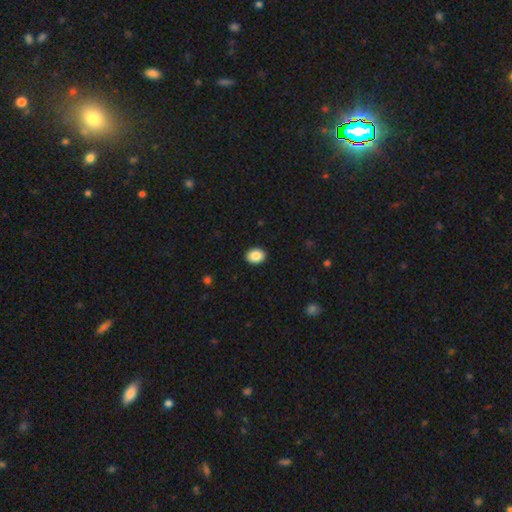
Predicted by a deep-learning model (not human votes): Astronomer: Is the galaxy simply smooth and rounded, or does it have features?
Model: smooth — 88%.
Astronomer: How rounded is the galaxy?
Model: in between — 60% (runner-up: round, 39%).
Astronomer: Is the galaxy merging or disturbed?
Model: none — 92%.